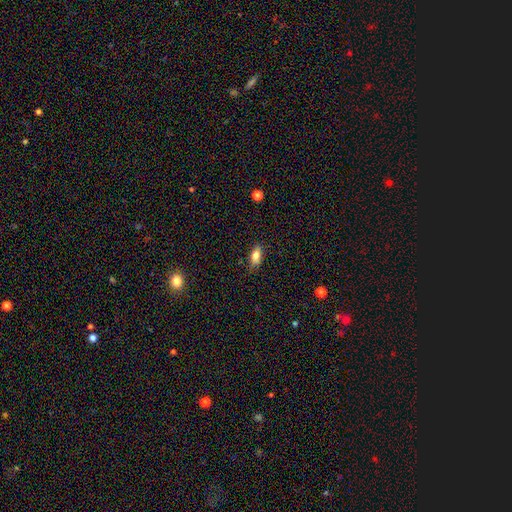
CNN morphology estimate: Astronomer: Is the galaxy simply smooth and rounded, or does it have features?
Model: smooth — 75%.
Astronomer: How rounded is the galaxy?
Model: in between — 81%.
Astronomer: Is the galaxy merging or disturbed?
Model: none — 81%.